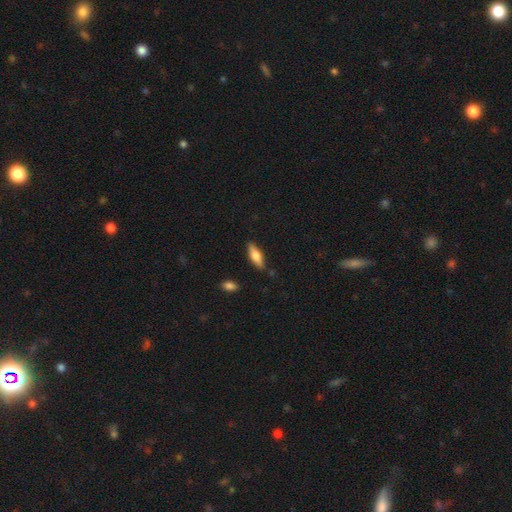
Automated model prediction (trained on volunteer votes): The model was most divided on "how rounded": in between: 55%, cigar-shaped: 42%, round: 2%. More confident: merging — none (83%); smooth or featured — smooth (60%).